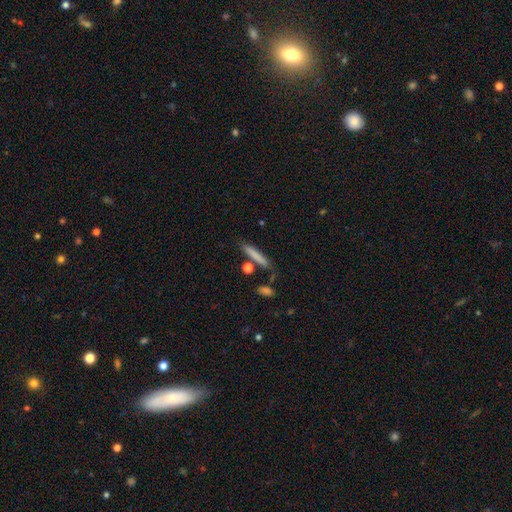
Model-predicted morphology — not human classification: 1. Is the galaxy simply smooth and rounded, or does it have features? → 77% smooth, 16% featured or disk, 7% star or artifact.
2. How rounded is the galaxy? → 90% cigar-shaped, 8% in between, 3% round.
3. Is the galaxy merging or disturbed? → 80% none, 11% minor disturbance, 6% merger, 3% major disturbance.